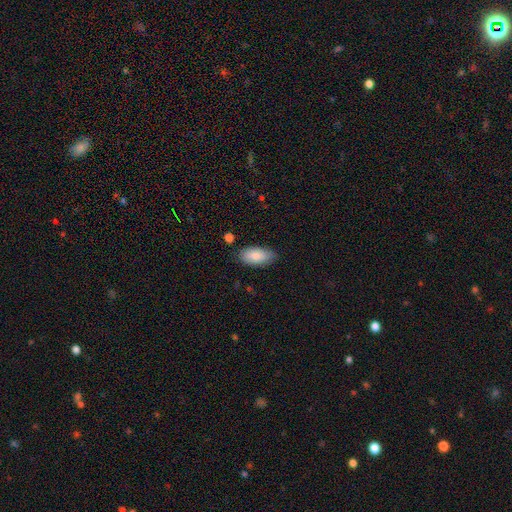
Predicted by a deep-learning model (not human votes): Smooth or featured?
  - smooth: 85% *
  - featured or disk: 9%
  - star or artifact: 6%
How rounded?
  - in between: 93% *
  - cigar-shaped: 5%
  - round: 2%
Merging?
  - none: 81% *
  - minor disturbance: 14%
  - major disturbance: 3%
  - merger: 2%